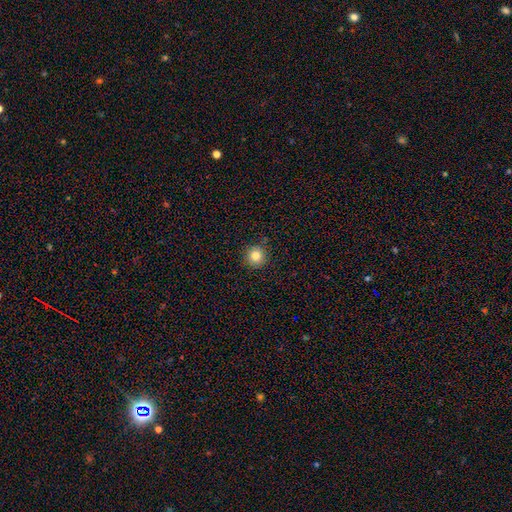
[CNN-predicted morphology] This is clearly a smooth galaxy (82%). How rounded: clearly round (95%). Merging: clearly none (90%).